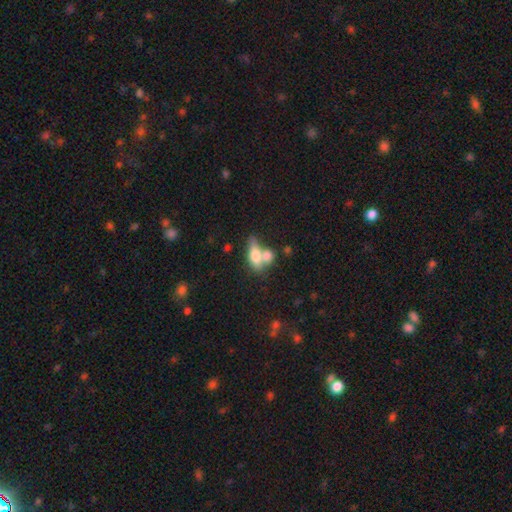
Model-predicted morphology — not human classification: Smooth or featured? Predicted: smooth (p=0.67). How rounded? Predicted: in between (p=0.73). Merging? Predicted: merger (p=0.53).